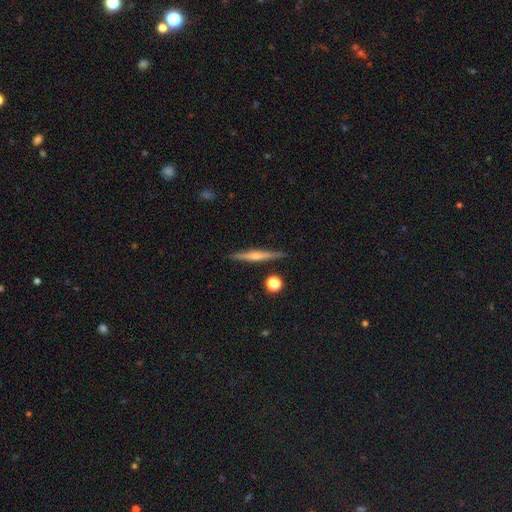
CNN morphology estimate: Overall: featured or disk (72%). Edge-on disk: yes (98%). Edge-on bulge: rounded (82%). Merging: none (91%).